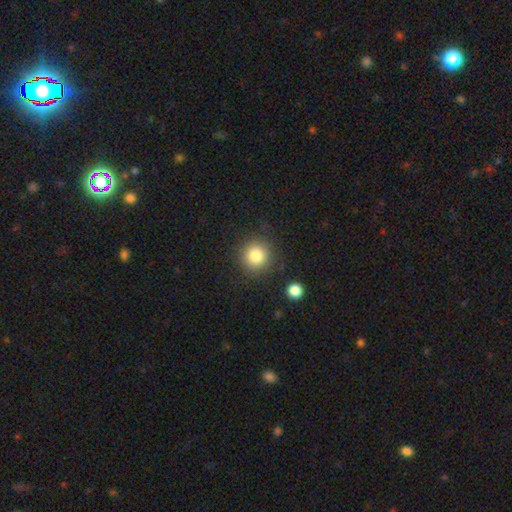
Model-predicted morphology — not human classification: Smooth or featured: smooth — 83% (star or artifact — 11%)
How rounded: round — 94% (in between — 5%)
Merging: none — 86% (minor disturbance — 8%)